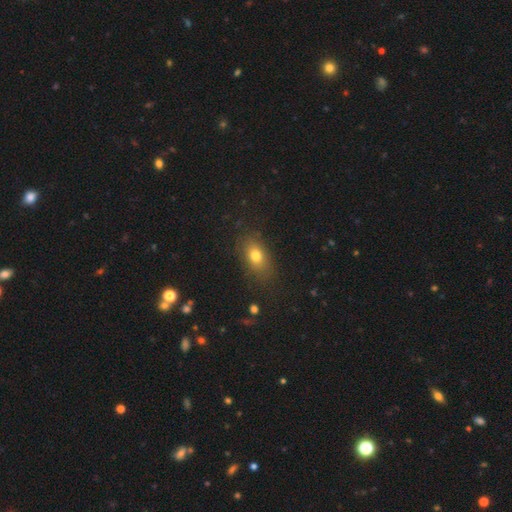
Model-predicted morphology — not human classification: This is likely a smooth galaxy (76%). How rounded: likely in between (77%). Merging: likely none (78%).